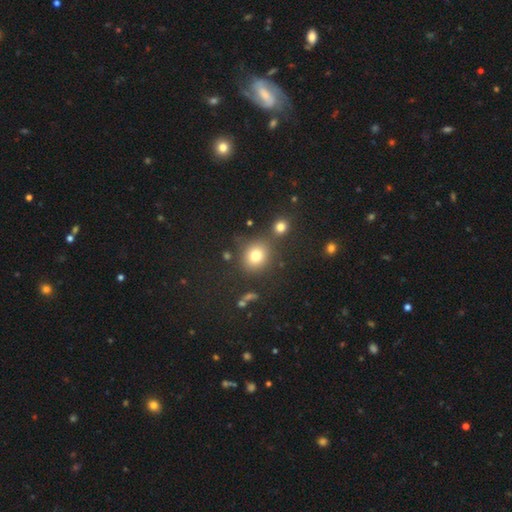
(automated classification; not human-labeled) Smooth or featured? Predicted: smooth (p=0.76). How rounded? Predicted: round (p=0.79). Merging? Predicted: none (p=0.73).